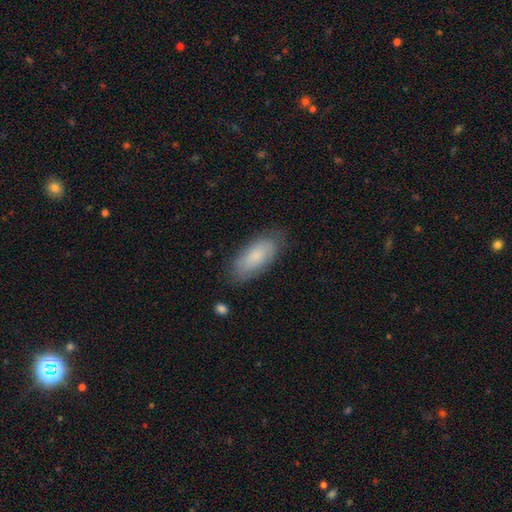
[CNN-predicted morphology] Smooth or featured: smooth — 78% (featured or disk — 15%)
How rounded: in between — 83% (cigar-shaped — 15%)
Merging: none — 80% (minor disturbance — 15%)